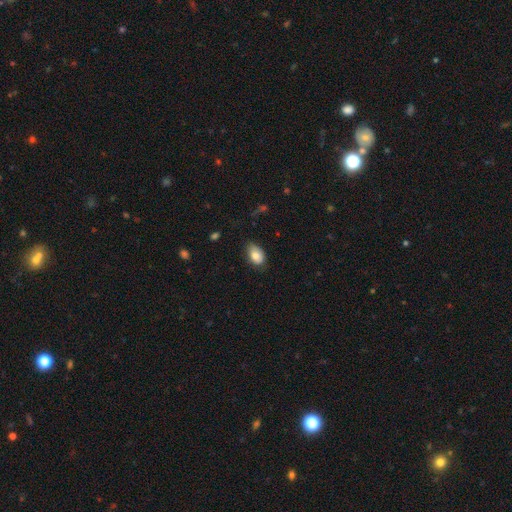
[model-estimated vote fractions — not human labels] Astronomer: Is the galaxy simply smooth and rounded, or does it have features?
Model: smooth — 78%.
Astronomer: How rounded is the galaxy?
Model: in between — 86%.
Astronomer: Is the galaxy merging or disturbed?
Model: none — 67%.